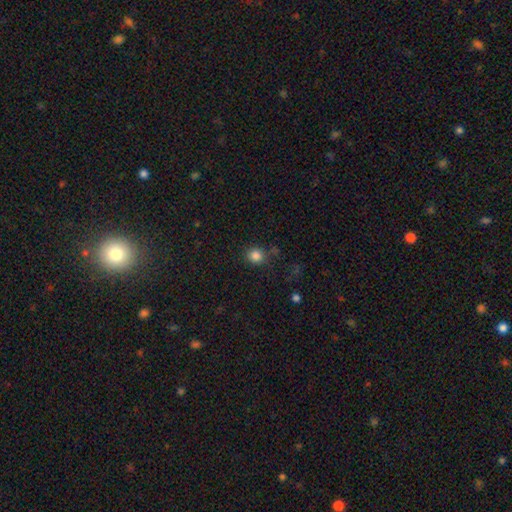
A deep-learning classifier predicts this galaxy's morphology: smooth-or-featured: smooth: 84% | star or artifact: 12% | featured or disk: 4%
  how-rounded: round: 86% | in between: 13% | cigar-shaped: 1%
  merging: none: 81% | minor disturbance: 11% | merger: 4% | major disturbance: 4%